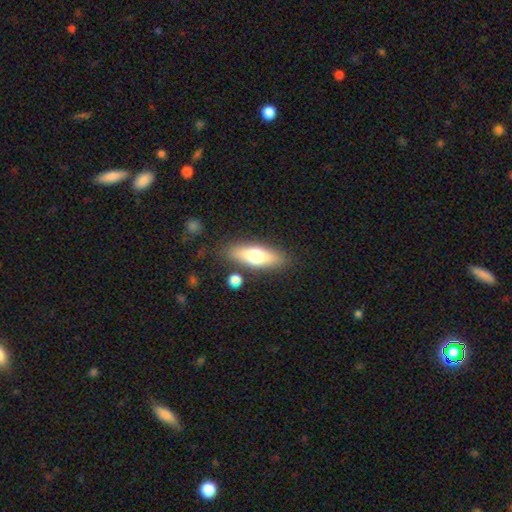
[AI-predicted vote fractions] smooth-or-featured: smooth: 63% | featured or disk: 30% | star or artifact: 7%
  how-rounded: in between: 55% | cigar-shaped: 41% | round: 3%
  merging: none: 82% | minor disturbance: 11% | merger: 4% | major disturbance: 3%